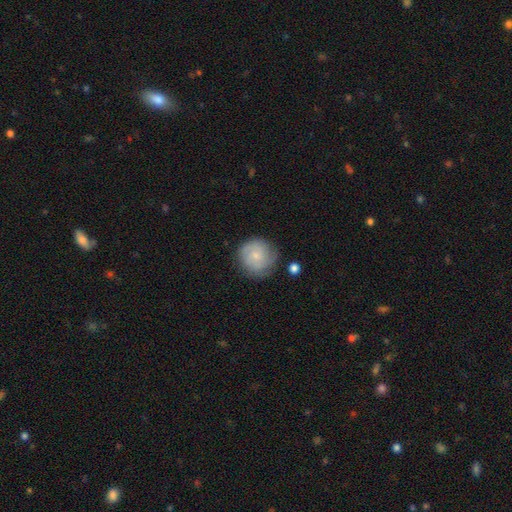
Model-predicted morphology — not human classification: smooth_or_featured: smooth (p=0.59) [alt: featured or disk p=0.34]
how_rounded: round (p=0.92) [alt: in between p=0.07]
merging: none (p=0.73) [alt: minor disturbance p=0.18]